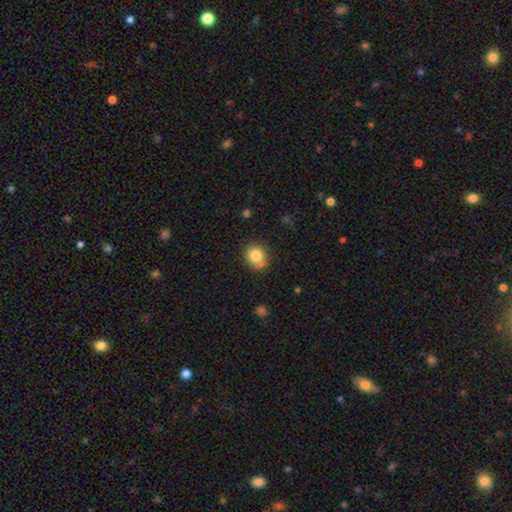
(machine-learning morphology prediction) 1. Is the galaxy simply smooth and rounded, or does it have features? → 82% smooth, 10% star or artifact, 8% featured or disk.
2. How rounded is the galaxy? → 78% round, 21% in between, 1% cigar-shaped.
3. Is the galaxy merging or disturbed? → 70% none, 19% minor disturbance, 7% merger, 4% major disturbance.